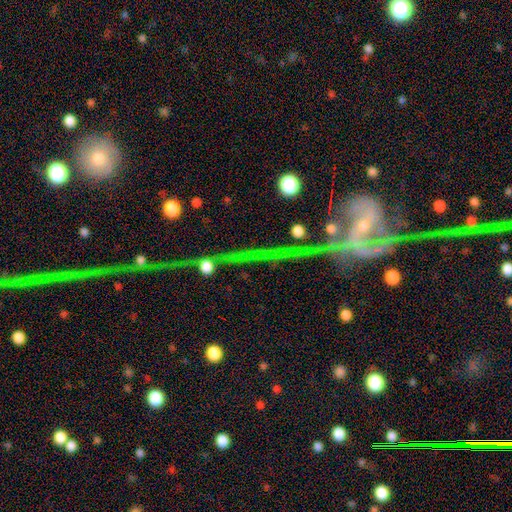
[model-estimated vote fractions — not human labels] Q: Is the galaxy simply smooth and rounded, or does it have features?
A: star or artifact — 49%.